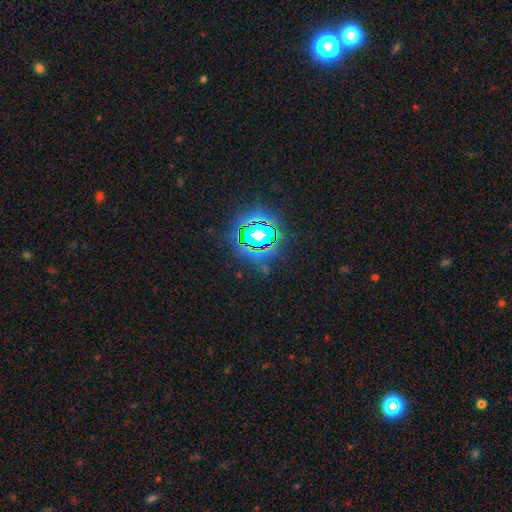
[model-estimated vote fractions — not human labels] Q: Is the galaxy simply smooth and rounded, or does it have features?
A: star or artifact — 83%.